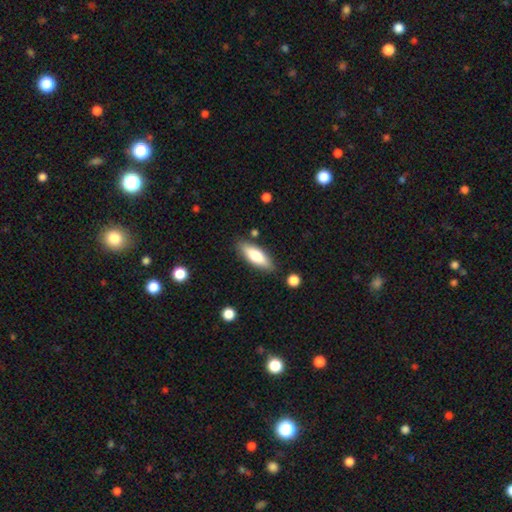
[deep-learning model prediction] A smooth galaxy with no disk features (72%) that is in between round and cigar-shaped (60%).

Vote fractions:
- Smooth or featured? smooth: 72% / featured or disk: 22% / star or artifact: 6%
- How rounded? in between: 60% / cigar-shaped: 38% / round: 2%
- Merging? none: 84% / minor disturbance: 11% / merger: 3% / major disturbance: 2%